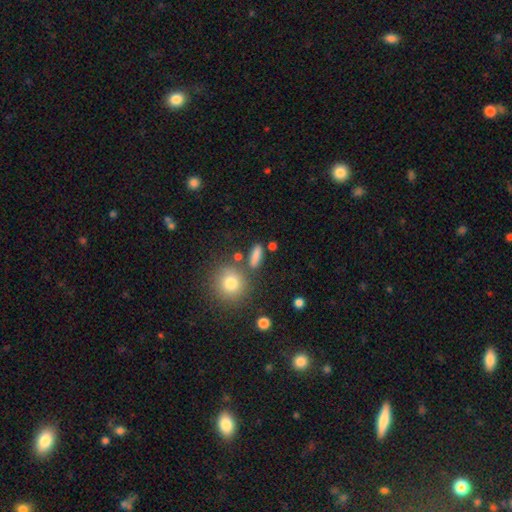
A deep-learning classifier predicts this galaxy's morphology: Q: Smooth or featured?
A: smooth (81%); runner-up: star or artifact (11%)
Q: How rounded?
A: cigar-shaped (44%); runner-up: in between (39%)
Q: Merging?
A: none (76%); runner-up: minor disturbance (11%)